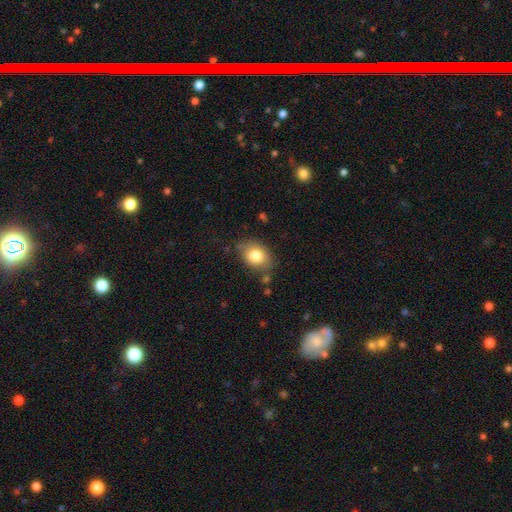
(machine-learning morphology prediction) Q: Smooth or featured?
A: smooth (81%); runner-up: featured or disk (10%)
Q: How rounded?
A: in between (68%); runner-up: round (31%)
Q: Merging?
A: none (75%); runner-up: minor disturbance (18%)